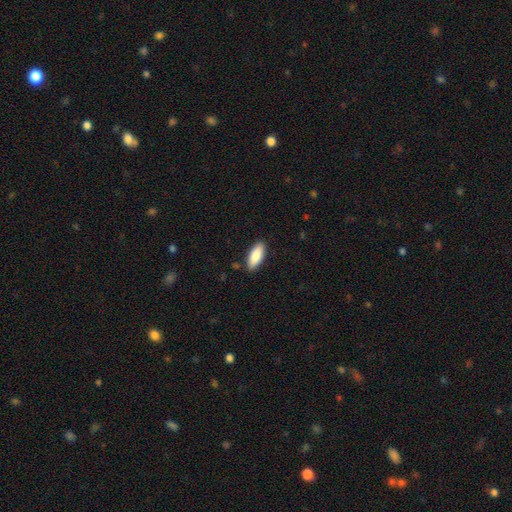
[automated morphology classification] A smooth galaxy with no disk features (87%) that is in between round and cigar-shaped (81%). Merging: none (87%).